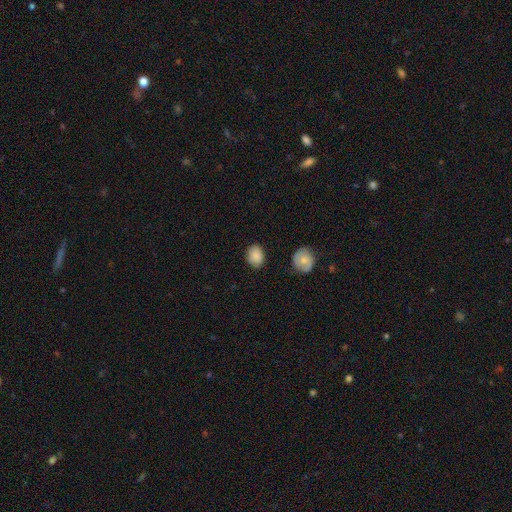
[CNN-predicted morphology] This is clearly a smooth galaxy (85%). How rounded: possibly in between (60%). Merging: clearly none (81%).